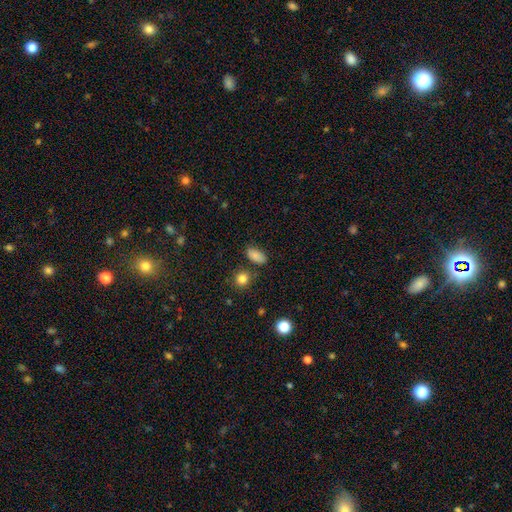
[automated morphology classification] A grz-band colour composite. It shows a smooth galaxy with no disk features (84%) that is in between round and cigar-shaped (90%). Merging: none (77%).